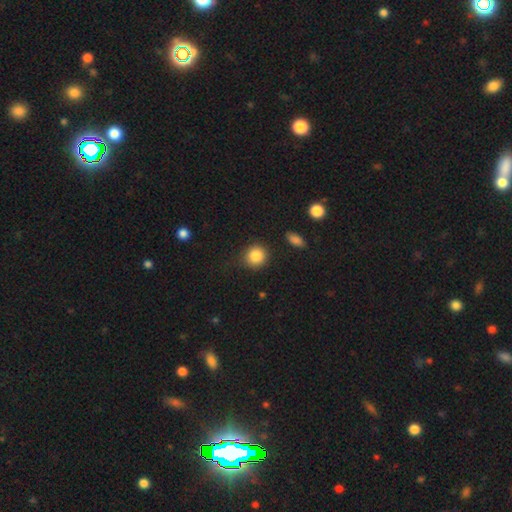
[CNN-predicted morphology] Smooth or featured? Predicted: smooth (p=0.86). How rounded? Predicted: round (p=0.88). Merging? Predicted: none (p=0.83).